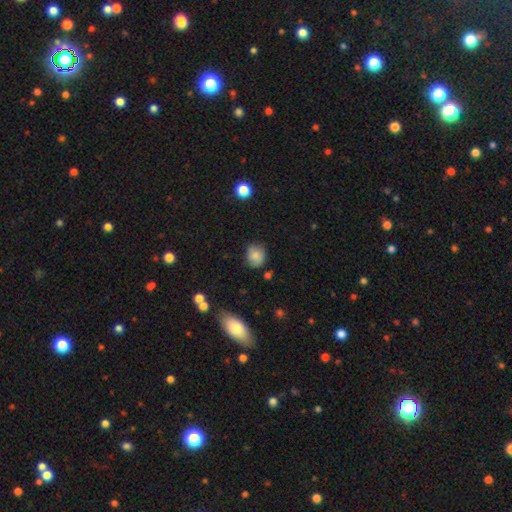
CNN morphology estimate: Overall: smooth (80%). How rounded: round (72%). Merging: none (76%).